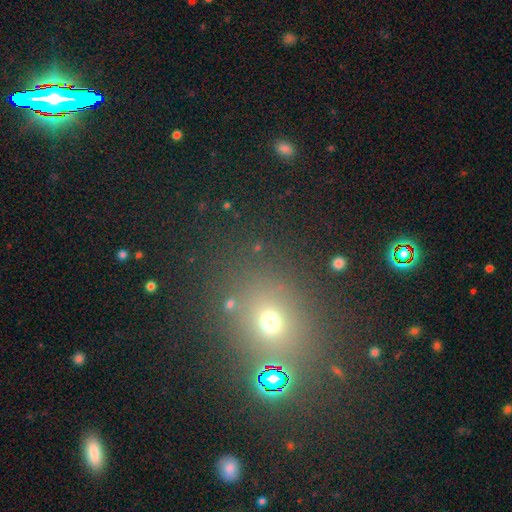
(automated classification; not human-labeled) The model was most divided on "smooth or featured": smooth: 49%, star or artifact: 41%, featured or disk: 11%. More confident: merging — none (80%).